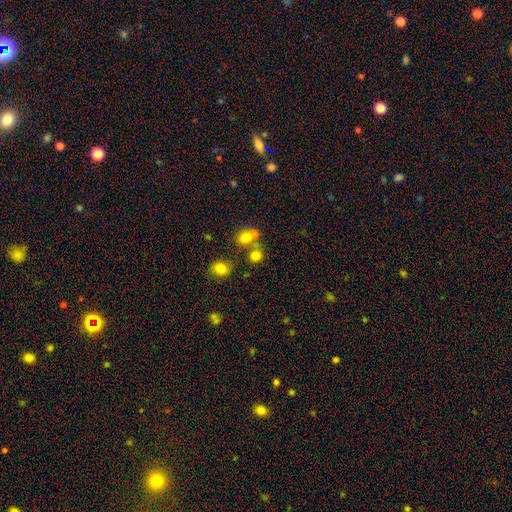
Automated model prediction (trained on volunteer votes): Smooth or featured: smooth — 74% (star or artifact — 16%)
How rounded: round — 82% (in between — 17%)
Merging: none — 56% (merger — 32%)